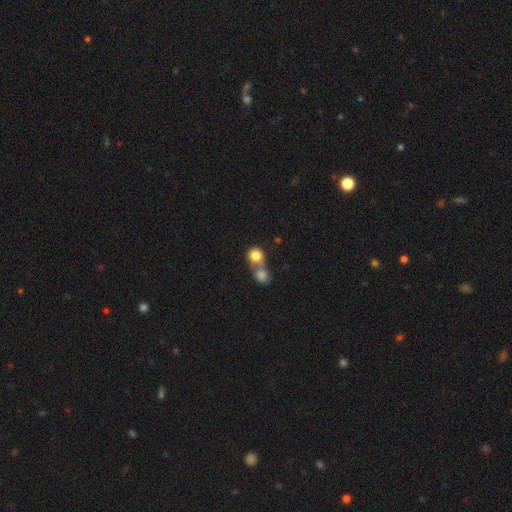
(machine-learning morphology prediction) smooth 82%, featured or disk 9%, star or artifact 9%. Down the decision tree: how rounded — round (86%); merging — merger (63%).